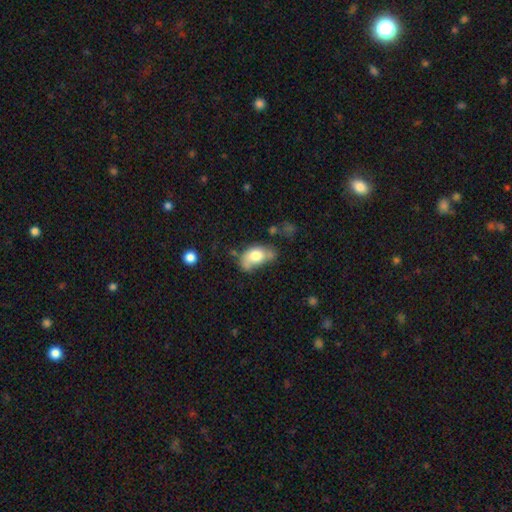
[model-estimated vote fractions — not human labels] Smooth or featured: smooth — 72% (featured or disk — 20%)
How rounded: in between — 86% (round — 12%)
Merging: none — 33% (tied with minor disturbance — 33%)